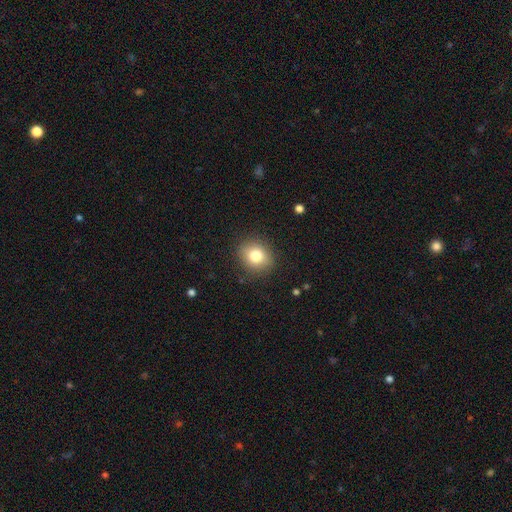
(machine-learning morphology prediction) This appears to be a smooth galaxy with no disk features (81%) that is round (71%). Merging: none (87%).